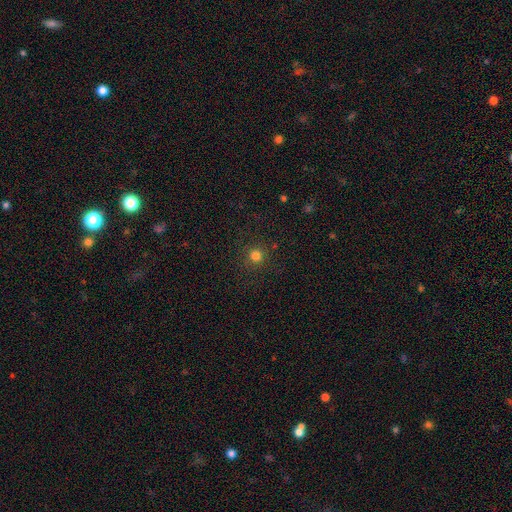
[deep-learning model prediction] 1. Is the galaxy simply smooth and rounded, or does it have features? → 80% smooth, 15% star or artifact, 5% featured or disk.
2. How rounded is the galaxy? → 95% round, 4% in between, 1% cigar-shaped.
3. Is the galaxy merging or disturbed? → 90% none, 6% minor disturbance, 3% major disturbance, 1% merger.